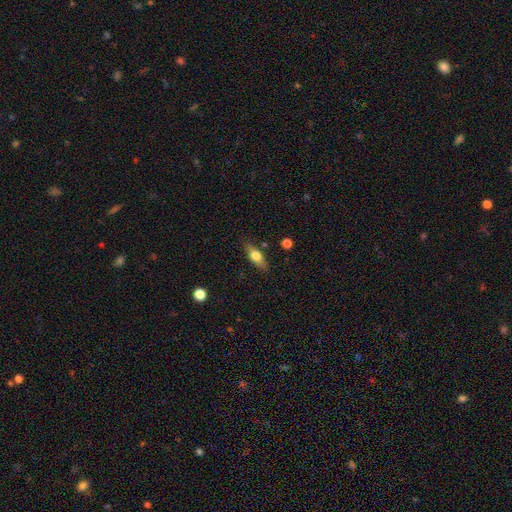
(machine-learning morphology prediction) type=smooth (60%); roundness=in between (62%); merging=none (81%).